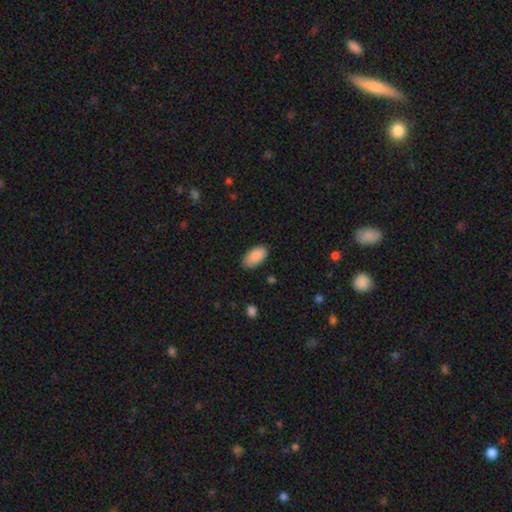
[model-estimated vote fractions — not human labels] Smooth or featured? Predicted: smooth (p=0.89). How rounded? Predicted: in between (p=0.95). Merging? Predicted: none (p=0.84).